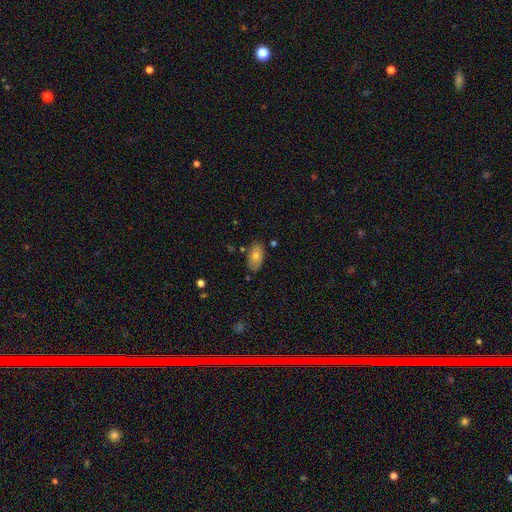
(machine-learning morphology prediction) smooth-or-featured: smooth: 71% | featured or disk: 20% | star or artifact: 8%
  how-rounded: in between: 93% | round: 5% | cigar-shaped: 3%
  merging: none: 80% | minor disturbance: 14% | merger: 3% | major disturbance: 3%